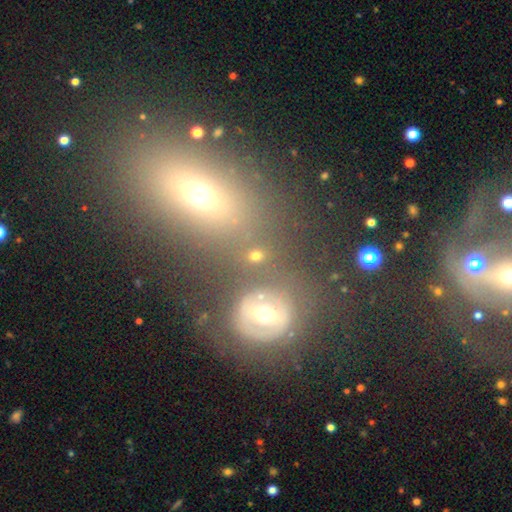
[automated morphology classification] This is likely a smooth galaxy (64%). How rounded: likely round (62%). Merging: likely none (65%).